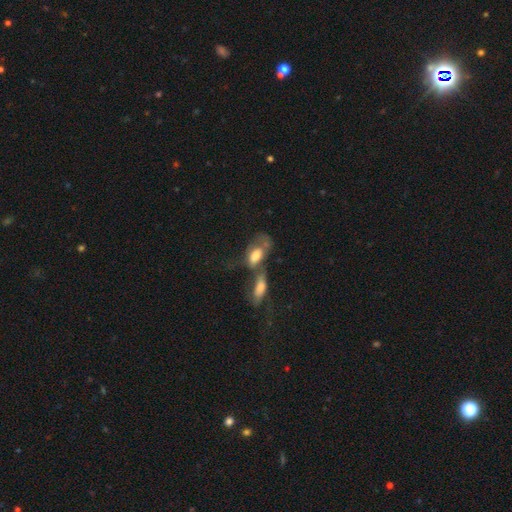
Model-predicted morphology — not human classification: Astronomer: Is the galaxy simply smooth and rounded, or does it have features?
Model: smooth — 58%.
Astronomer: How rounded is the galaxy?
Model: in between — 87%.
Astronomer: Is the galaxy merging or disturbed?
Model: merger — 60%.